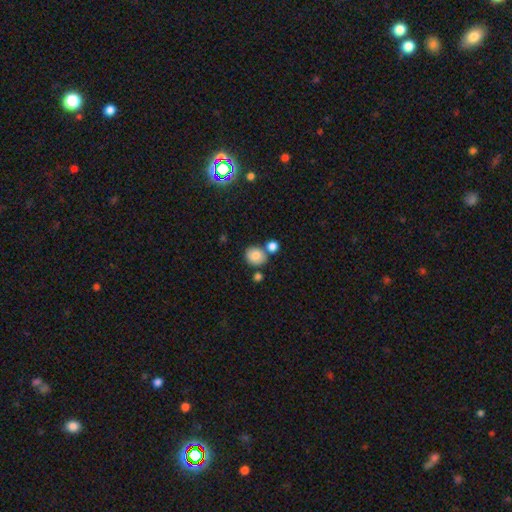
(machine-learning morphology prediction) Overall: smooth (80%). How rounded: round (75%). Merging: none (64%).